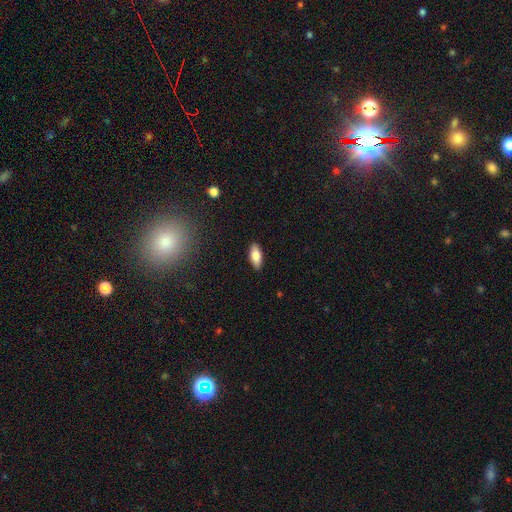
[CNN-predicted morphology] smooth_or_featured: smooth (p=0.82) [alt: featured or disk p=0.11]
how_rounded: in between (p=0.82) [alt: cigar-shaped p=0.16]
merging: none (p=0.89) [alt: minor disturbance p=0.08]